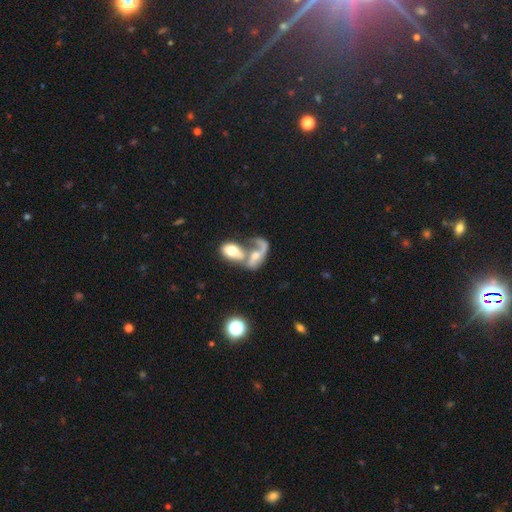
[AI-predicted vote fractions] smooth_or_featured: featured or disk (p=0.56) [alt: smooth p=0.34]
disk_edge_on: no (p=0.92) [alt: yes p=0.08]
bar: no (p=0.59) [alt: weak p=0.29]
has_spiral_arms: yes (p=0.67) [alt: no p=0.33]
bulge_size: moderate (p=0.52) [alt: small p=0.25]
merging: merger (p=0.72) [alt: none p=0.11]